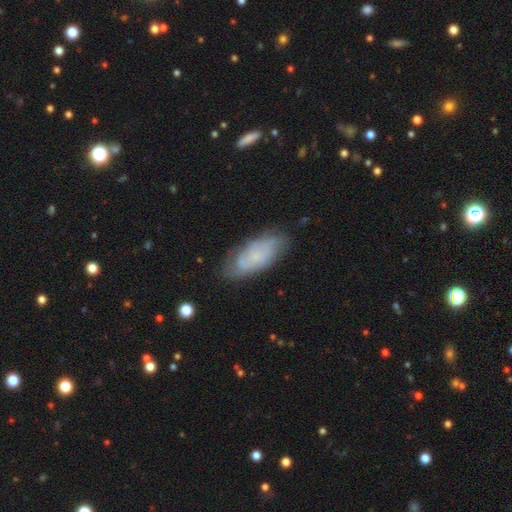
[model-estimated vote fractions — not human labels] The model was most divided on "smooth or featured": featured or disk: 50%, smooth: 42%, star or artifact: 8%. More confident: edge-on disk — no (89%); merging — none (72%).